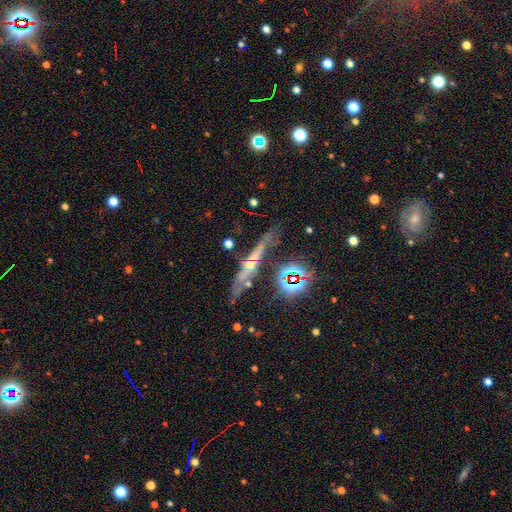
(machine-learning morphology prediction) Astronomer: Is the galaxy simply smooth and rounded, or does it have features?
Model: featured or disk — 46% (runner-up: star or artifact, 28%).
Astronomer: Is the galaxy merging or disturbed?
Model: none — 55%.